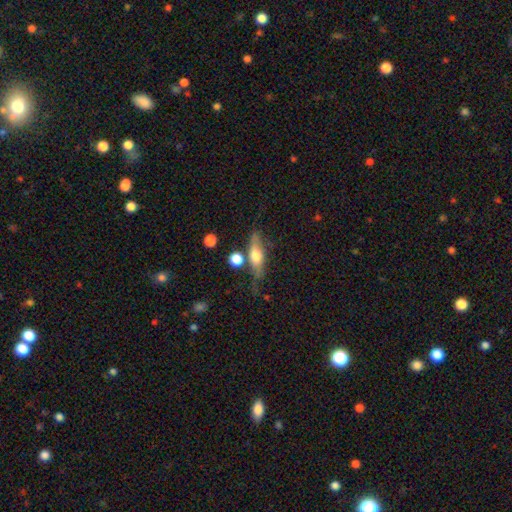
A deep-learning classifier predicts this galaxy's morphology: The model was most divided on "smooth or featured": smooth: 50%, featured or disk: 43%, star or artifact: 8%. More confident: merging — none (63%).